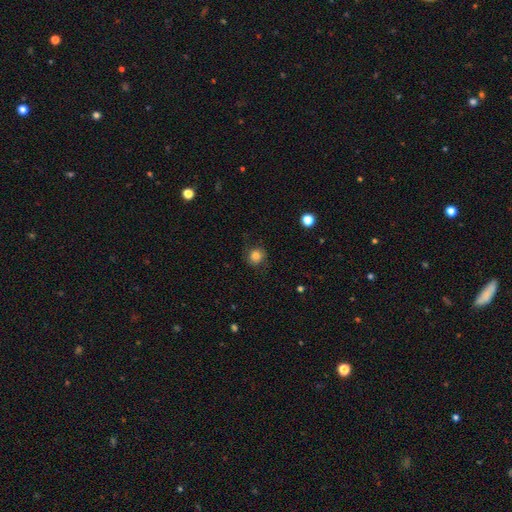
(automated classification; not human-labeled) A smooth galaxy with no disk features (78%) that is round (84%).

Vote fractions:
- Smooth or featured? smooth: 78% / star or artifact: 11% / featured or disk: 11%
- How rounded? round: 84% / in between: 16% / cigar-shaped: 1%
- Merging? none: 76% / minor disturbance: 16% / major disturbance: 7% / merger: 1%